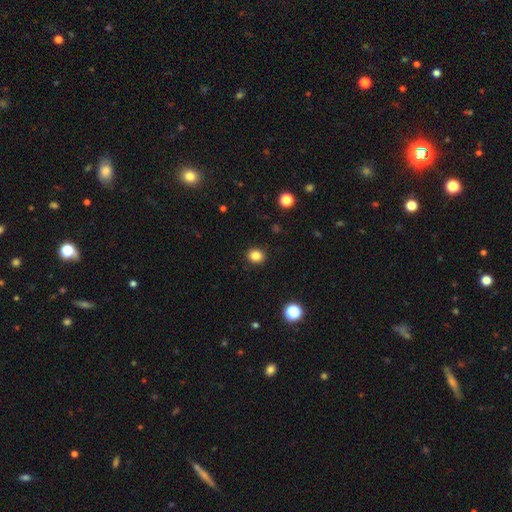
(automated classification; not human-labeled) A smooth galaxy with no disk features (84%) that is round (71%).

Vote fractions:
- Smooth or featured? smooth: 84% / star or artifact: 11% / featured or disk: 5%
- How rounded? round: 71% / in between: 28% / cigar-shaped: 1%
- Merging? none: 91% / minor disturbance: 6% / major disturbance: 2% / merger: 1%